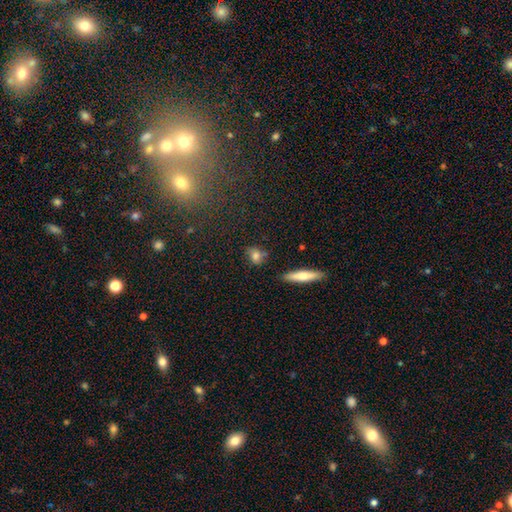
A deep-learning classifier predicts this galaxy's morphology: smooth-or-featured: smooth: 73% | featured or disk: 16% | star or artifact: 11%
  how-rounded: in between: 55% | round: 37% | cigar-shaped: 8%
  merging: none: 69% | minor disturbance: 19% | merger: 7% | major disturbance: 5%